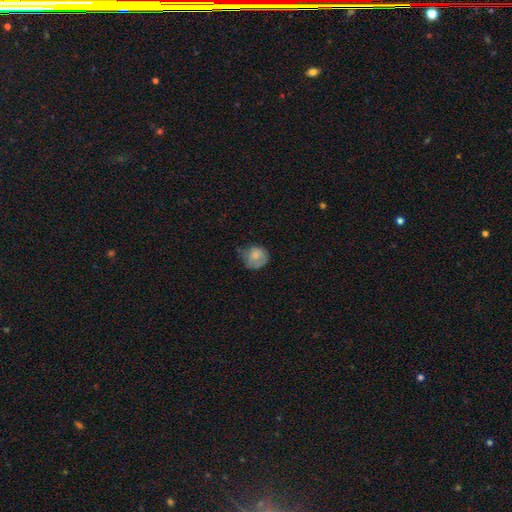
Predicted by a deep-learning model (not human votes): A smooth galaxy with no disk features (75%) that is round (76%). Merging: none (51%).